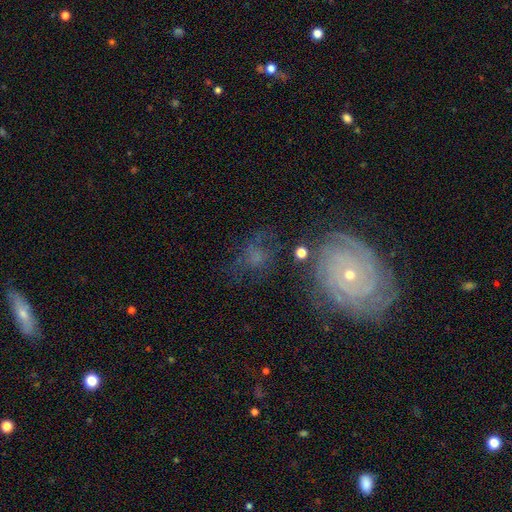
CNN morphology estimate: smooth-or-featured: featured or disk: 53% | smooth: 28% | star or artifact: 18%
  disk-edge-on: no: 96% | yes: 4%
    bar: no: 77% | weak: 18% | strong: 5%
    has-spiral-arms: yes: 77% | no: 23%
    bulge-size: small: 57% | moderate: 26% | none: 12% | large: 3% | dominant: 2%
  merging: none: 54% | major disturbance: 20% | minor disturbance: 19% | merger: 7%